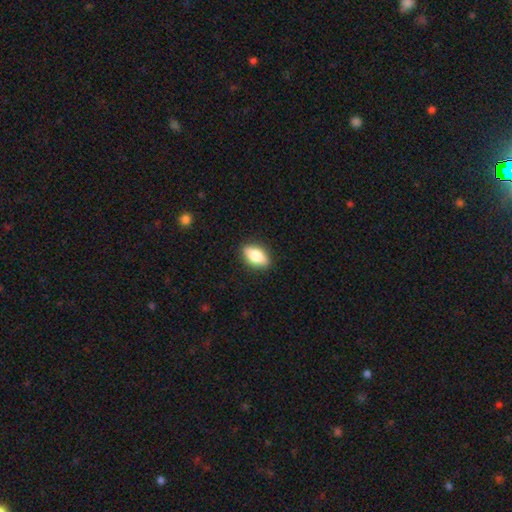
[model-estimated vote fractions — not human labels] smooth_or_featured: smooth (p=0.74) [alt: featured or disk p=0.19]
how_rounded: in between (p=0.86) [alt: cigar-shaped p=0.08]
merging: none (p=0.88) [alt: minor disturbance p=0.09]